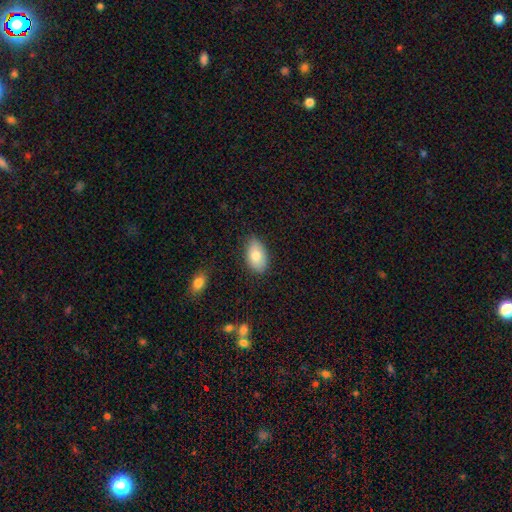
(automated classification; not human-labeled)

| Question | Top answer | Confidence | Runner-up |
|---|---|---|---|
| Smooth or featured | smooth | 81% | featured or disk (13%) |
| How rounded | in between | 93% | round (6%) |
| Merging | none | 81% | minor disturbance (16%) |